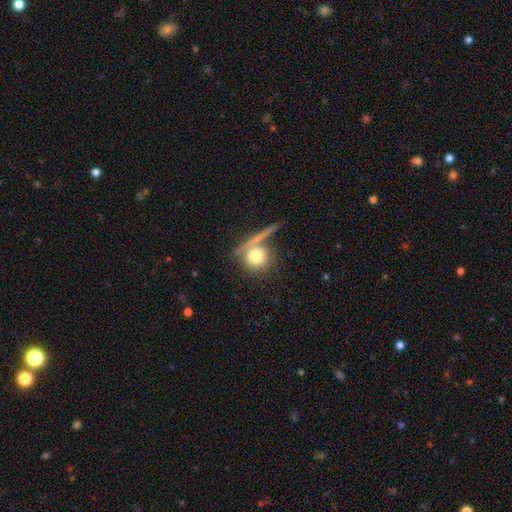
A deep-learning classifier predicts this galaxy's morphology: smooth_or_featured: smooth (p=0.71) [alt: featured or disk p=0.21]
how_rounded: round (p=0.88) [alt: in between p=0.08]
merging: none (p=0.55) [alt: merger p=0.24]